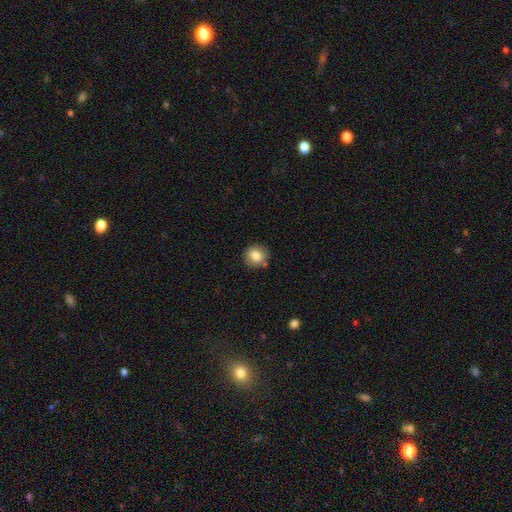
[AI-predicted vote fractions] Smooth or featured: smooth — 82% (star or artifact — 9%)
How rounded: round — 87% (in between — 12%)
Merging: none — 81% (minor disturbance — 13%)